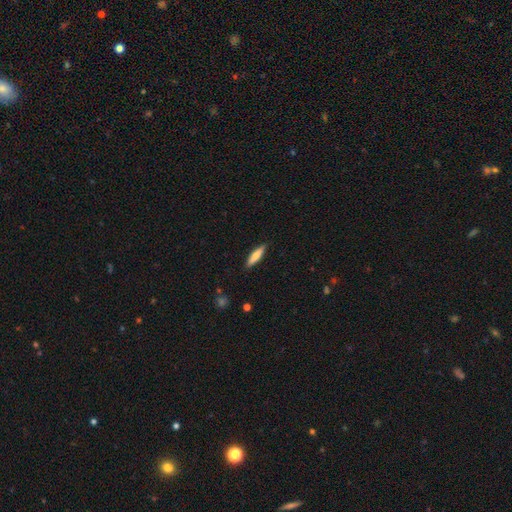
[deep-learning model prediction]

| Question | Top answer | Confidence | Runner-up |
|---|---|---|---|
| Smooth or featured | smooth | 69% | featured or disk (26%) |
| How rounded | cigar-shaped | 81% | in between (17%) |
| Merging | none | 89% | minor disturbance (8%) |